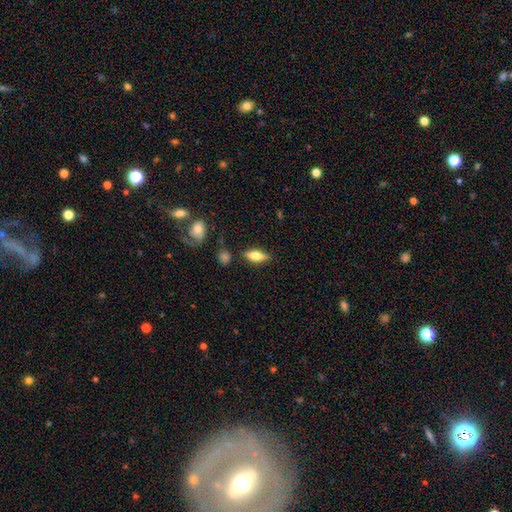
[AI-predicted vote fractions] A smooth galaxy with no disk features (58%) that is in between round and cigar-shaped (67%).

Vote fractions:
- Smooth or featured? smooth: 58% / featured or disk: 35% / star or artifact: 7%
- How rounded? in between: 67% / cigar-shaped: 29% / round: 4%
- Merging? none: 82% / minor disturbance: 12% / merger: 3% / major disturbance: 3%